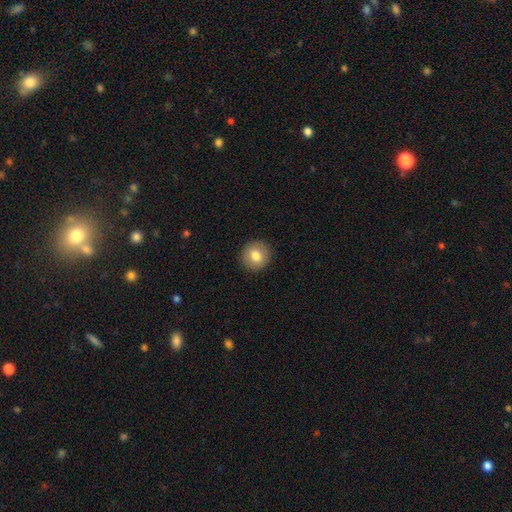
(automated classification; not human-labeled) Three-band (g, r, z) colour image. It shows a smooth galaxy with no disk features (78%) that is round (91%). Merging: none (92%).